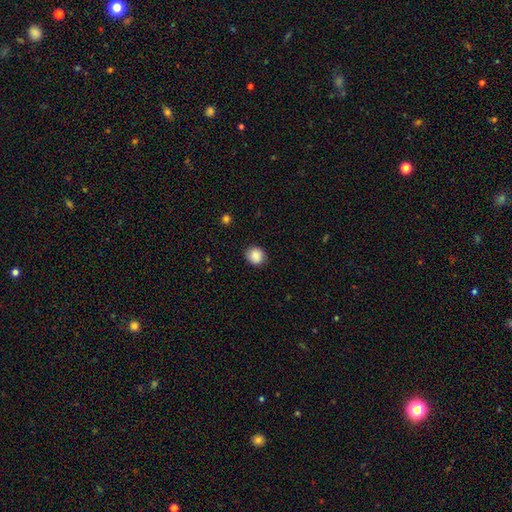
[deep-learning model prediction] A smooth galaxy with no disk features (86%) that is round (77%).

Vote fractions:
- Smooth or featured? smooth: 86% / star or artifact: 8% / featured or disk: 5%
- How rounded? round: 77% / in between: 22% / cigar-shaped: 1%
- Merging? none: 86% / minor disturbance: 10% / major disturbance: 3% / merger: 1%